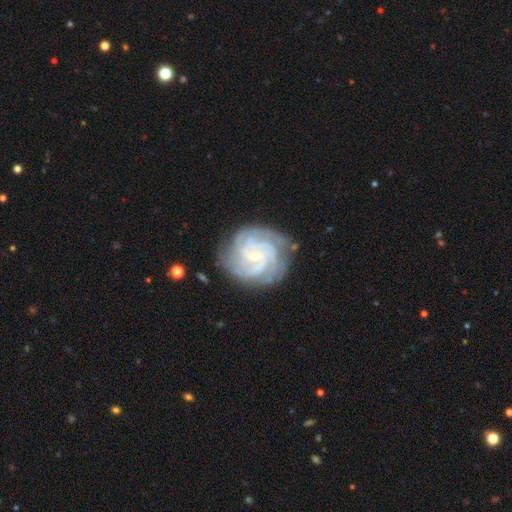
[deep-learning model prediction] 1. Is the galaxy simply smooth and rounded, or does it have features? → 90% featured or disk, 5% smooth, 5% star or artifact.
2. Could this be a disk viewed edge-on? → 98% no, 2% yes.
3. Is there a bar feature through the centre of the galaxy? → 55% no, 36% weak, 9% strong.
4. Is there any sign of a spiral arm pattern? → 98% yes, 2% no.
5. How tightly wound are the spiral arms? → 72% tight, 25% medium, 3% loose.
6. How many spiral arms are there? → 33% 4, 25% 3, 16% can't tell, 11% 2, 8% more than 4, 6% 1.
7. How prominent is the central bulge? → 76% small, 20% moderate, 2% none, 1% large, 1% dominant.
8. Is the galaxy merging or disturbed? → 78% none, 15% minor disturbance, 5% major disturbance, 1% merger.